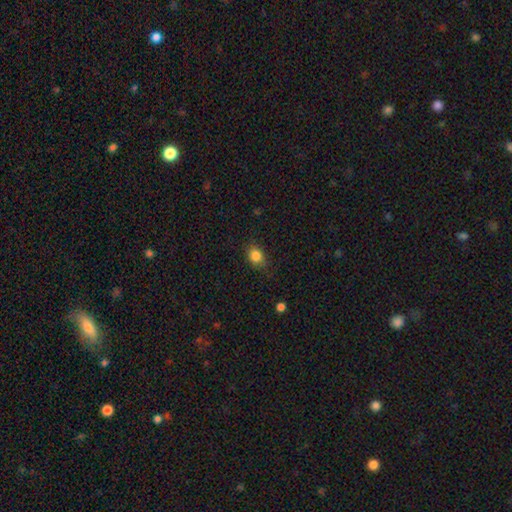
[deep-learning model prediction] This is clearly a smooth galaxy (84%). How rounded: possibly in between (52%). Merging: clearly none (82%).